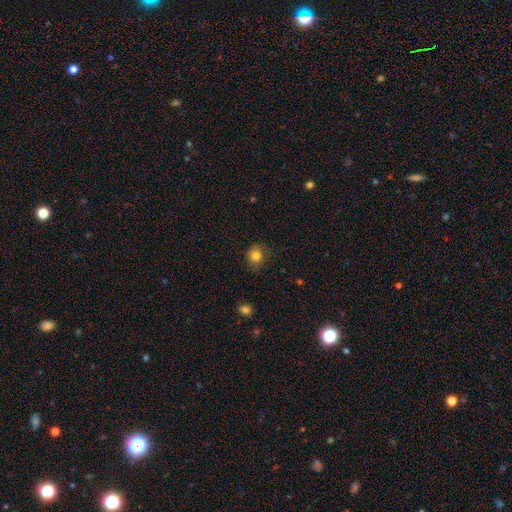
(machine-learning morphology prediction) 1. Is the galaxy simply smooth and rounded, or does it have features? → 81% smooth, 12% star or artifact, 7% featured or disk.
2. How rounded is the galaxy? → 78% round, 21% in between, 1% cigar-shaped.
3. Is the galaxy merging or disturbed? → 80% none, 15% minor disturbance, 4% major disturbance, 1% merger.